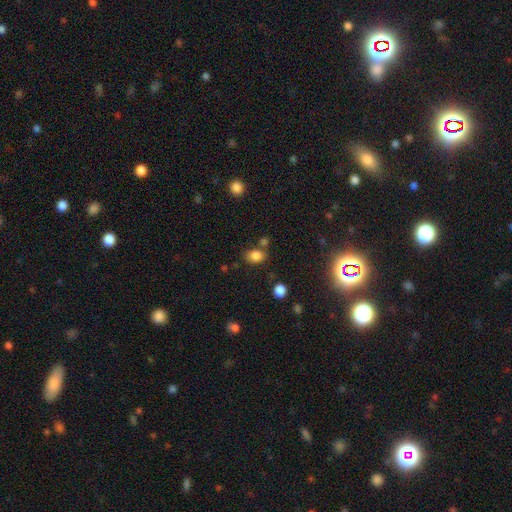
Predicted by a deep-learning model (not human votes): The model was most divided on "how rounded": in between: 65%, round: 34%, cigar-shaped: 1%. More confident: smooth or featured — smooth (83%); merging — none (67%).